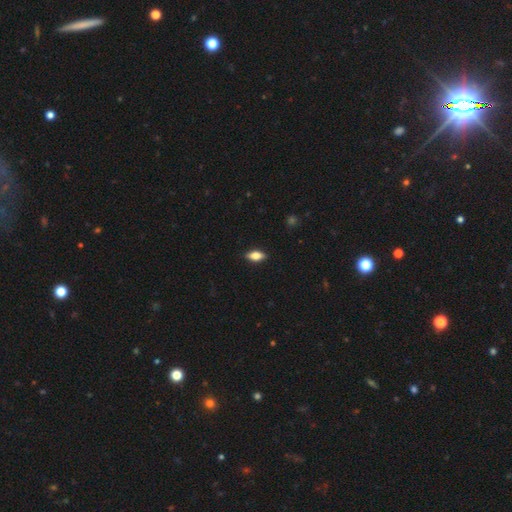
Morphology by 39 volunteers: Overall: smooth (77%). How rounded: in between (87%). Merging: none (92%).